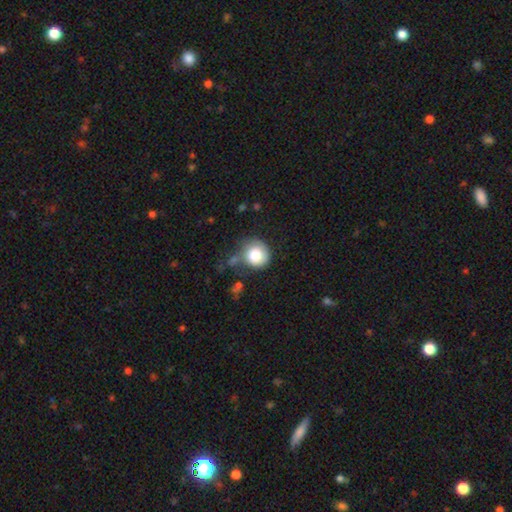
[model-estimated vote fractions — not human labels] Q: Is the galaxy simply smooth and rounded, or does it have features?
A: smooth — 81%.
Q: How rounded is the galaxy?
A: round — 89%.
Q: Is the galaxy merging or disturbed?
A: none — 61%.